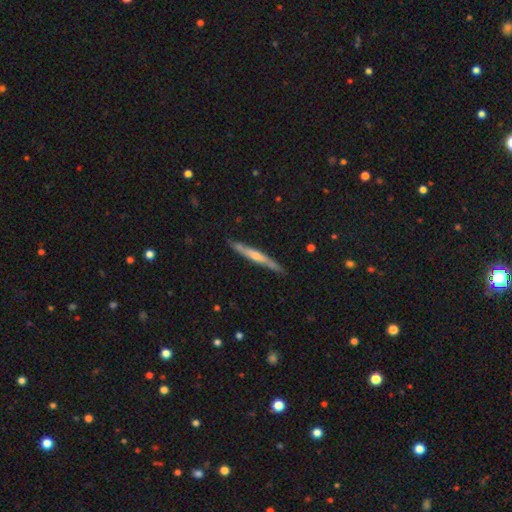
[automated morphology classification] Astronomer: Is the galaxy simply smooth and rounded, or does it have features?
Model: featured or disk — 68%.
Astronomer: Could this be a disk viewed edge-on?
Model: yes — 94%.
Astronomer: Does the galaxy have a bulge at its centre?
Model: rounded — 66%.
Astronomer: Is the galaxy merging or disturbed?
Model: none — 86%.